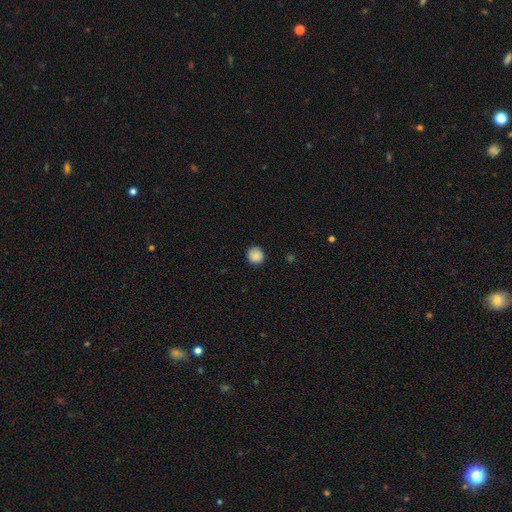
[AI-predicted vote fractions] This is clearly a smooth galaxy (88%). How rounded: clearly round (95%). Merging: clearly none (90%).